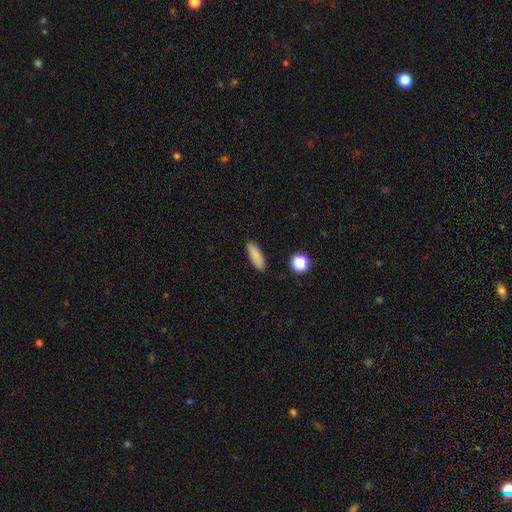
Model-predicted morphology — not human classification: smooth-or-featured: smooth: 86% | star or artifact: 9% | featured or disk: 6%
  how-rounded: in between: 51% | cigar-shaped: 47% | round: 3%
  merging: none: 89% | minor disturbance: 8% | major disturbance: 2% | merger: 1%